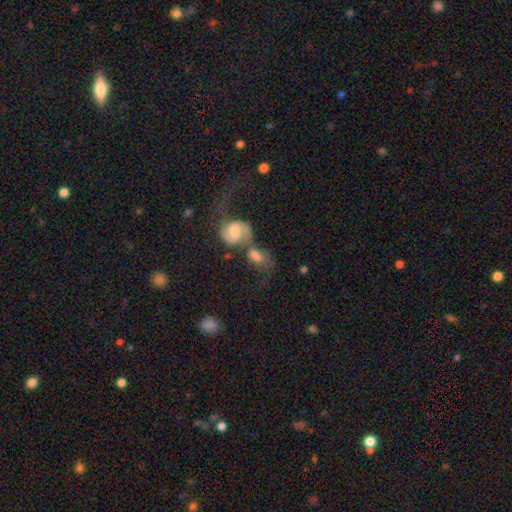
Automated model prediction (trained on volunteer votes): smooth-or-featured: smooth: 53% | featured or disk: 37% | star or artifact: 9%
  how-rounded: in between: 77% | round: 19% | cigar-shaped: 4%
  merging: merger: 55% | none: 22% | minor disturbance: 12% | major disturbance: 11%